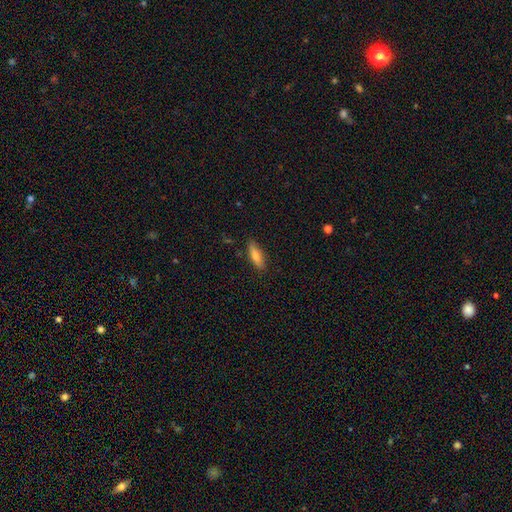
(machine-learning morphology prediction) Smooth or featured?
  - smooth: 73% *
  - featured or disk: 21%
  - star or artifact: 6%
How rounded?
  - in between: 50% *
  - cigar-shaped: 48%
  - round: 2%
Merging?
  - none: 84% *
  - minor disturbance: 12%
  - major disturbance: 2%
  - merger: 1%